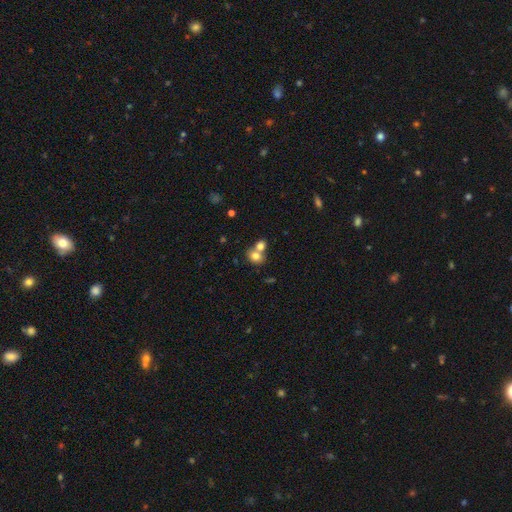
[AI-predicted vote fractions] Morphology: type=smooth (77%); roundness=round (52%); merging=merger (53%).